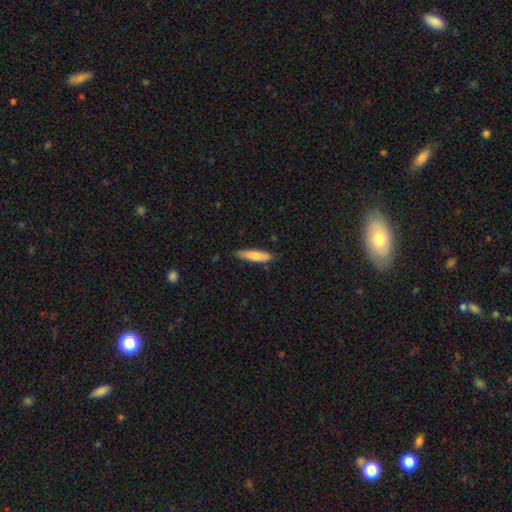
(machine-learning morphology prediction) smooth_or_featured: smooth (p=0.76) [alt: featured or disk p=0.18]
how_rounded: cigar-shaped (p=0.79) [alt: in between p=0.20]
merging: none (p=0.81) [alt: minor disturbance p=0.15]